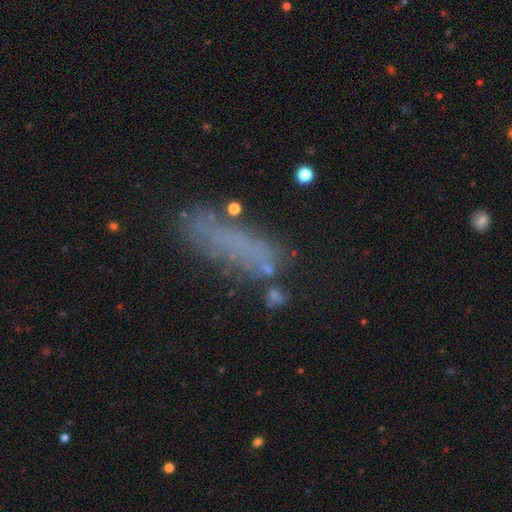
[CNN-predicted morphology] Smooth or featured: smooth — 56% (featured or disk — 27%)
How rounded: cigar-shaped — 63% (in between — 34%)
Merging: none — 58% (minor disturbance — 22%)